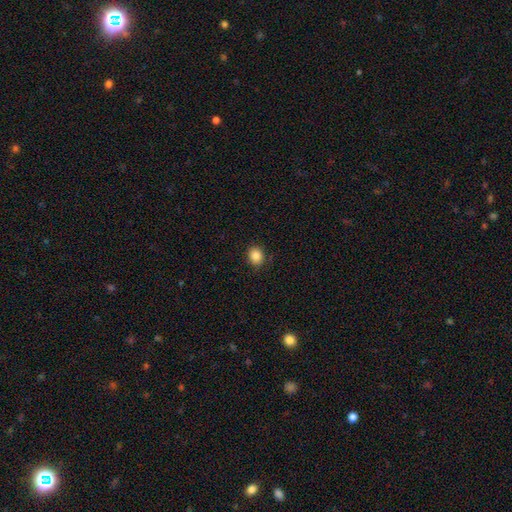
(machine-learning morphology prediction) Q: Smooth or featured?
A: smooth (86%); runner-up: star or artifact (10%)
Q: How rounded?
A: round (69%); runner-up: in between (30%)
Q: Merging?
A: none (88%); runner-up: minor disturbance (9%)